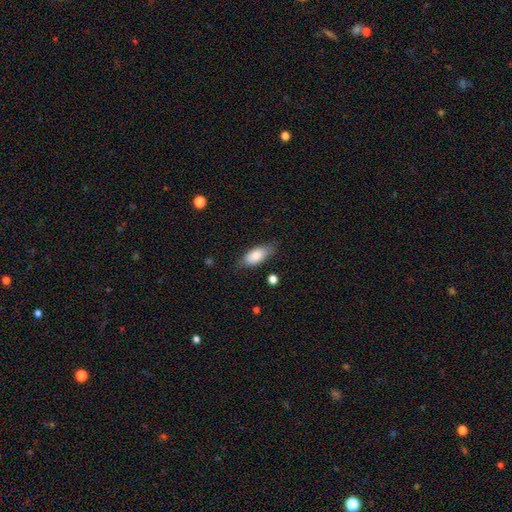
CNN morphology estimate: A smooth galaxy with no disk features (81%) that is in between round and cigar-shaped (85%).

Vote fractions:
- Smooth or featured? smooth: 81% / featured or disk: 12% / star or artifact: 6%
- How rounded? in between: 85% / cigar-shaped: 12% / round: 2%
- Merging? none: 75% / minor disturbance: 19% / major disturbance: 4% / merger: 2%